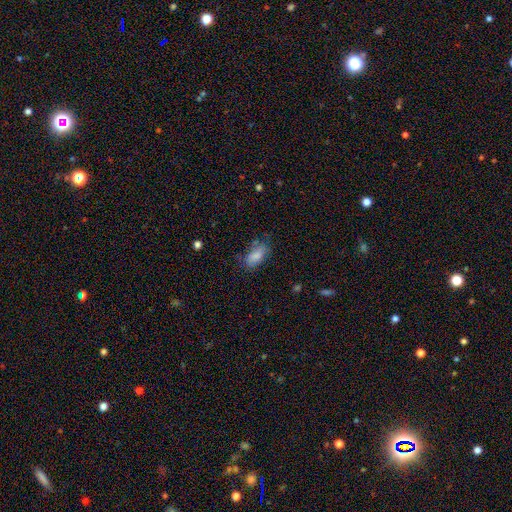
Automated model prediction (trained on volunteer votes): Smooth or featured: smooth — 84% (featured or disk — 9%)
How rounded: in between — 90% (cigar-shaped — 7%)
Merging: none — 66% (minor disturbance — 24%)